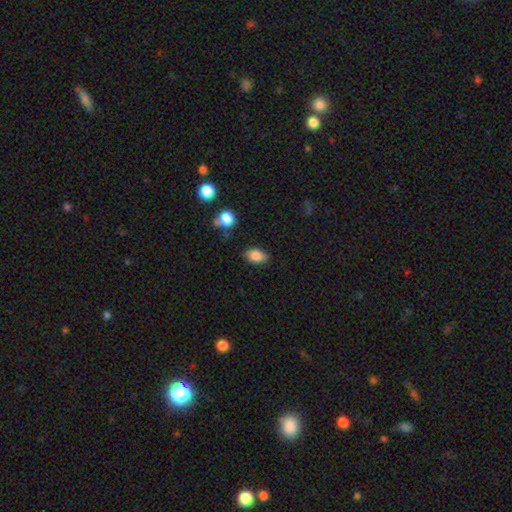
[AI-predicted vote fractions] A smooth galaxy with no disk features (85%) that is in between round and cigar-shaped (87%). Merging: none (81%).